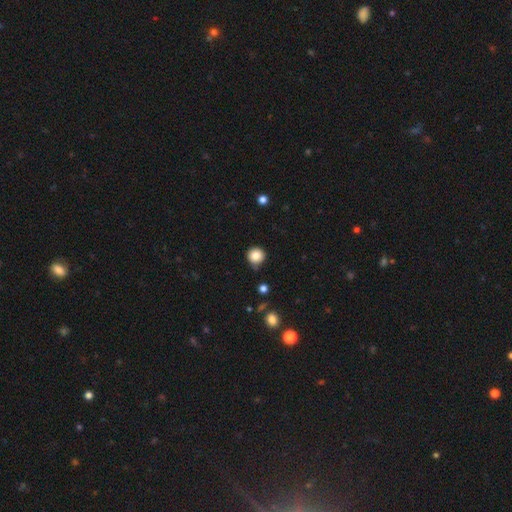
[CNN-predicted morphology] Smooth or featured? Predicted: smooth (p=0.85). How rounded? Predicted: round (p=0.93). Merging? Predicted: none (p=0.80).